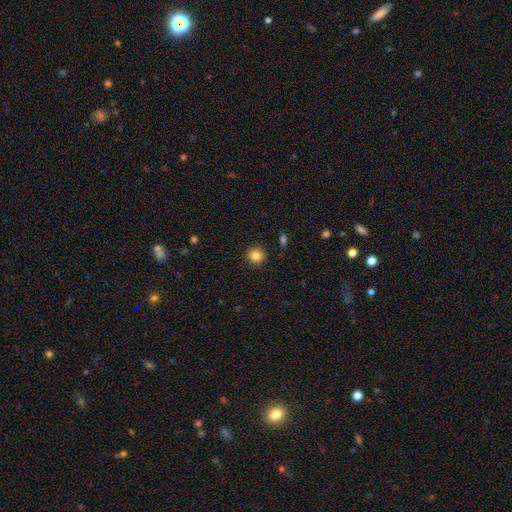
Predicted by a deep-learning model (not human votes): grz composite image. It shows a smooth galaxy with no disk features (84%) that is round (92%). Merging: none (91%).